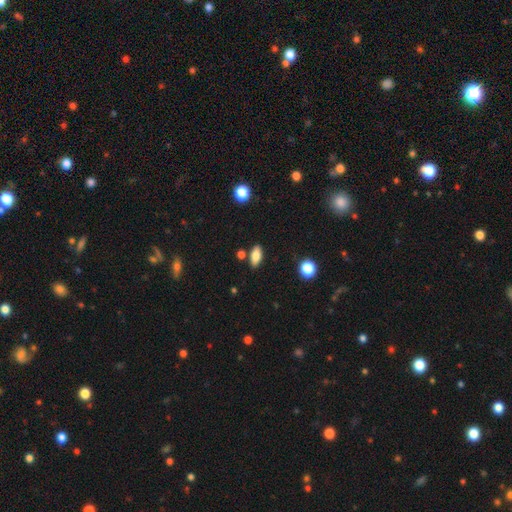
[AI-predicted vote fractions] smooth 80%, featured or disk 12%, star or artifact 8%. Down the decision tree: how rounded — in between (84%); merging — none (82%).